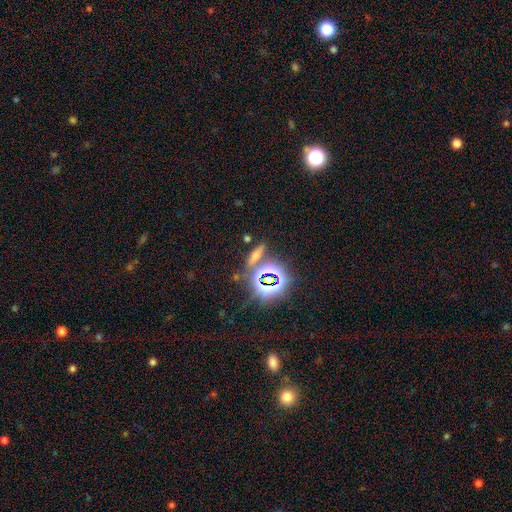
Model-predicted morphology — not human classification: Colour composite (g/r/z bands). It shows a smooth galaxy with no disk features (40%, tied with star or artifact). Merging: none (77%).